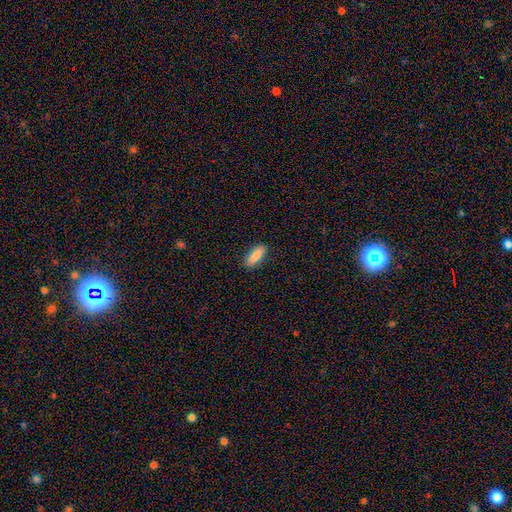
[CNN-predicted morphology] This appears to be a smooth galaxy with no disk features (86%) that is in between round and cigar-shaped (76%). Merging: none (89%).